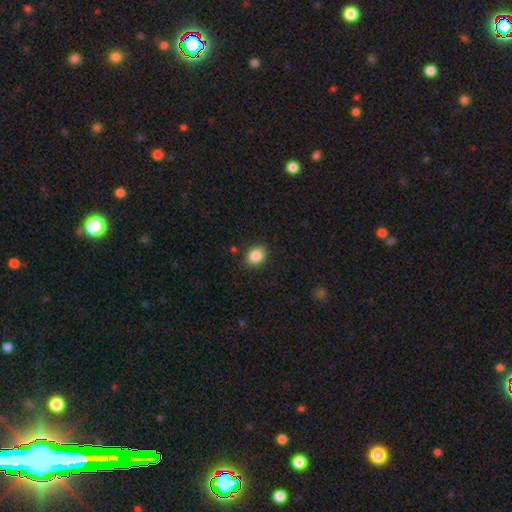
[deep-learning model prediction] smooth 87%, star or artifact 9%, featured or disk 5%. Down the decision tree: how rounded — in between (58%); merging — none (86%).